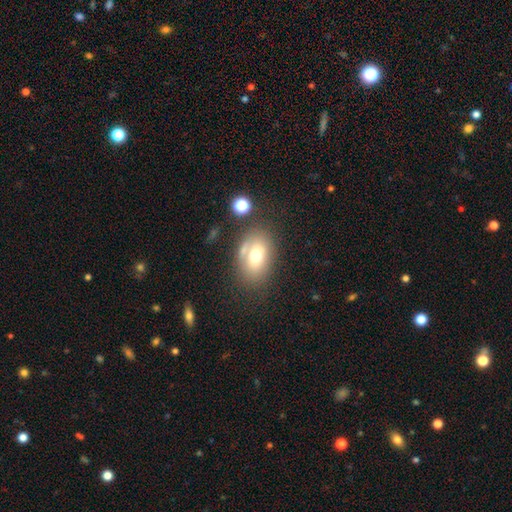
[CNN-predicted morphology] A smooth galaxy with no disk features (66%) that is in between round and cigar-shaped (80%). Merging: none (61%).